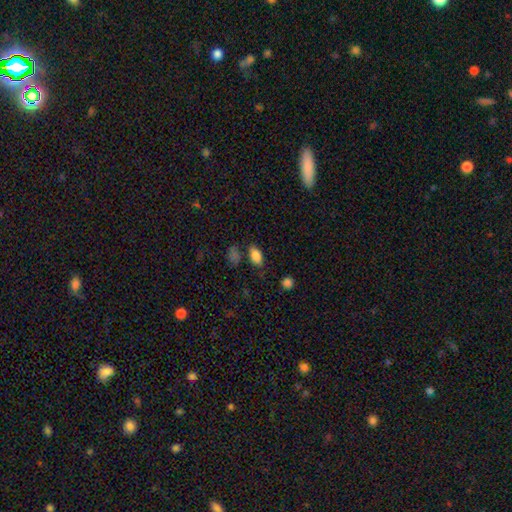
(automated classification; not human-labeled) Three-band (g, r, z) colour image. It shows a smooth galaxy with no disk features (83%) that is in between round and cigar-shaped (90%). Merging: none (70%).